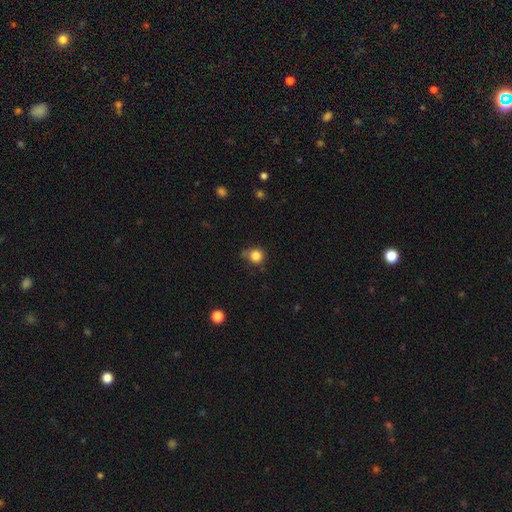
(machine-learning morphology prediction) Q: Smooth or featured?
A: smooth (84%); runner-up: star or artifact (11%)
Q: How rounded?
A: round (87%); runner-up: in between (12%)
Q: Merging?
A: none (64%); runner-up: minor disturbance (26%)